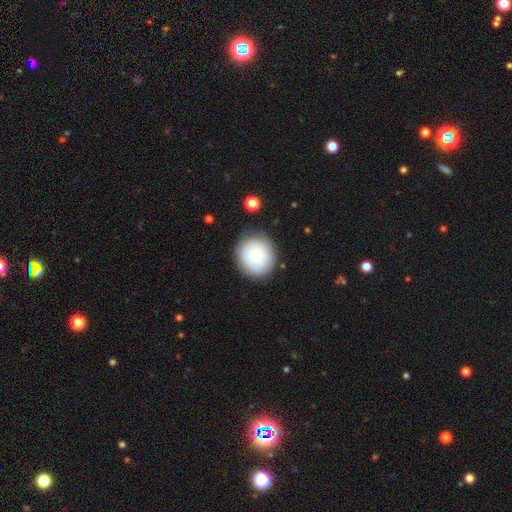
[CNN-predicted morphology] This appears to be a smooth galaxy with no disk features (83%) that is round (82%). Merging: none (79%).